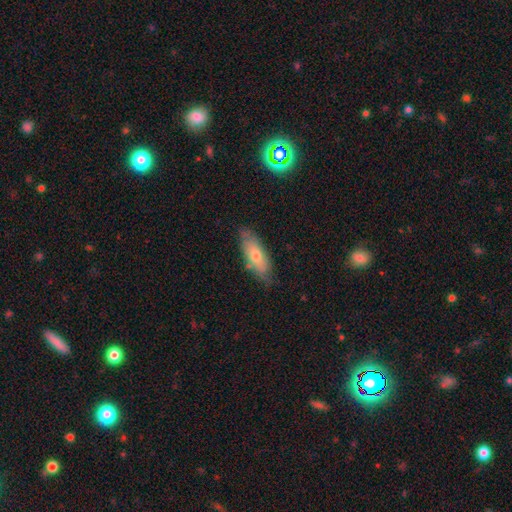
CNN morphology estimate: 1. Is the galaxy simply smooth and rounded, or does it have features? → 64% smooth, 30% featured or disk, 6% star or artifact.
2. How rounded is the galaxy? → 68% in between, 30% cigar-shaped, 2% round.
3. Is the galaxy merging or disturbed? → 76% none, 19% minor disturbance, 3% major disturbance, 2% merger.